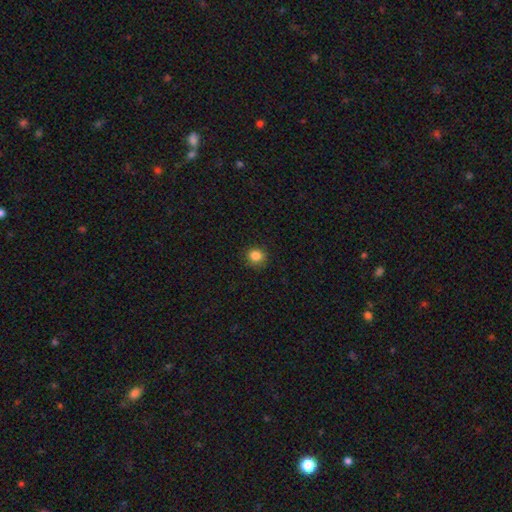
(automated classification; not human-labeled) Q: Smooth or featured?
A: smooth (85%); runner-up: star or artifact (11%)
Q: How rounded?
A: round (87%); runner-up: in between (12%)
Q: Merging?
A: none (88%); runner-up: minor disturbance (9%)